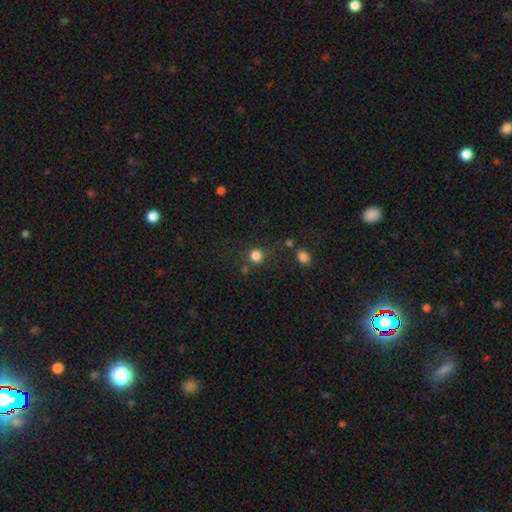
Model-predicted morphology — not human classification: This is clearly a smooth galaxy (81%). How rounded: clearly round (90%). Merging: likely none (75%).